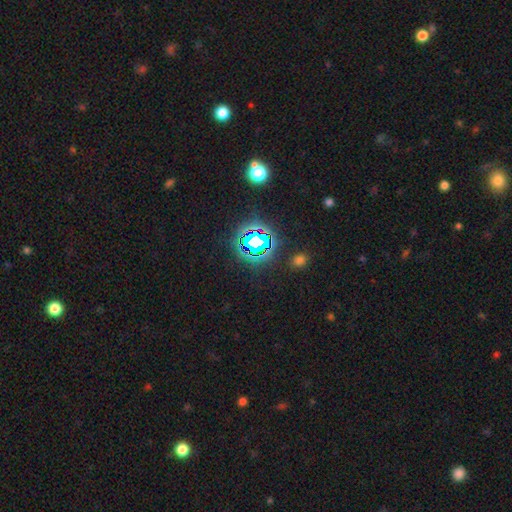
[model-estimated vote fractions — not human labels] Smooth or featured? star or artifact (79%)